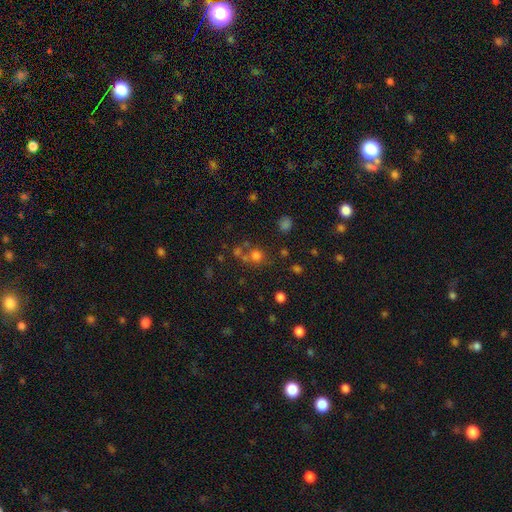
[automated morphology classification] Smooth or featured?
  - smooth: 67% *
  - star or artifact: 23%
  - featured or disk: 10%
How rounded?
  - round: 85% *
  - in between: 14%
  - cigar-shaped: 1%
Merging?
  - none: 59% *
  - merger: 25%
  - minor disturbance: 10%
  - major disturbance: 6%